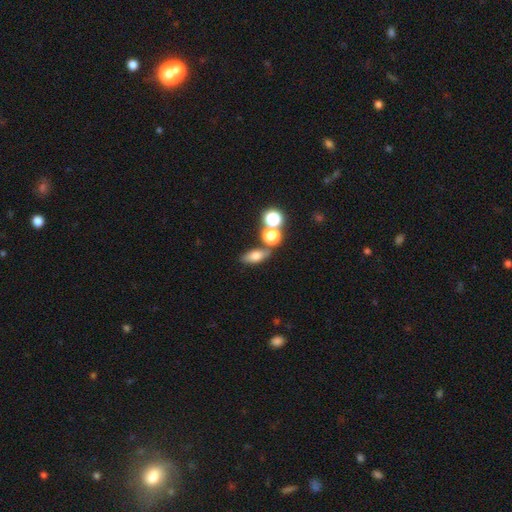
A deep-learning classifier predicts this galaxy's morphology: Smooth or featured? smooth (65%)
How rounded? in between (66%)
Merging? none (67%)